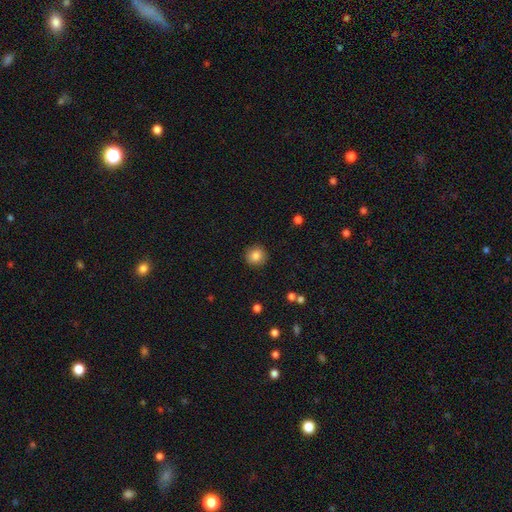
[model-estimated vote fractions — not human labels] Smooth or featured: smooth — 85% (star or artifact — 9%)
How rounded: round — 92% (in between — 7%)
Merging: none — 91% (minor disturbance — 6%)